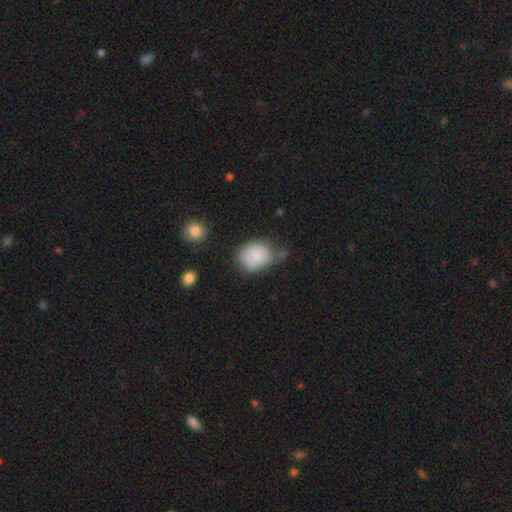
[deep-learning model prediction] Smooth or featured? Predicted: smooth (p=0.83). How rounded? Predicted: round (p=0.53). Merging? Predicted: none (p=0.46).